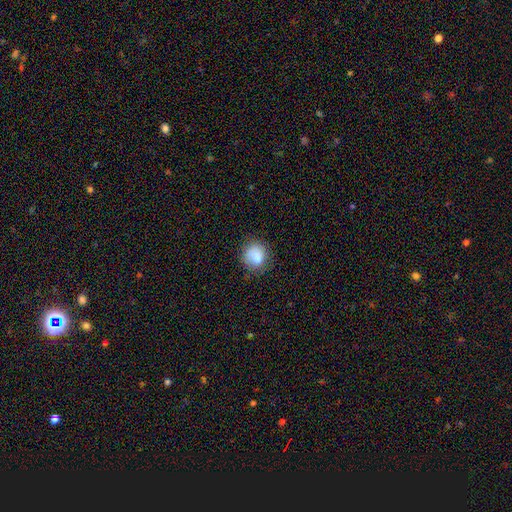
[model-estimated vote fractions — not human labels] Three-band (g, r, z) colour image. It shows a smooth galaxy with no disk features (84%) that is round (77%). Merging: none (70%).